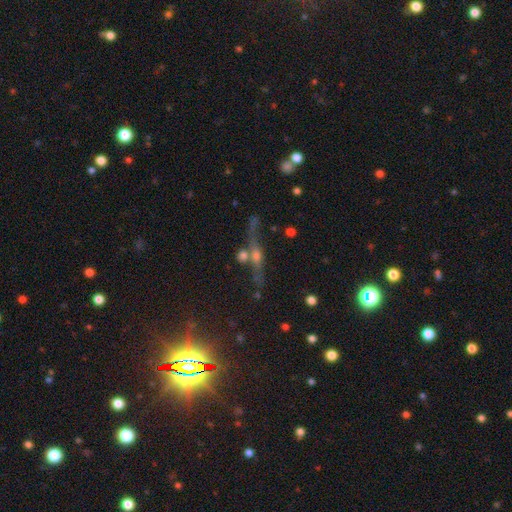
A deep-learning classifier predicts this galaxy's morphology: This appears to be a featured or disk galaxy (64%) viewed edge-on (82%) with a rounded central bulge (86%). Merging: none (57%).